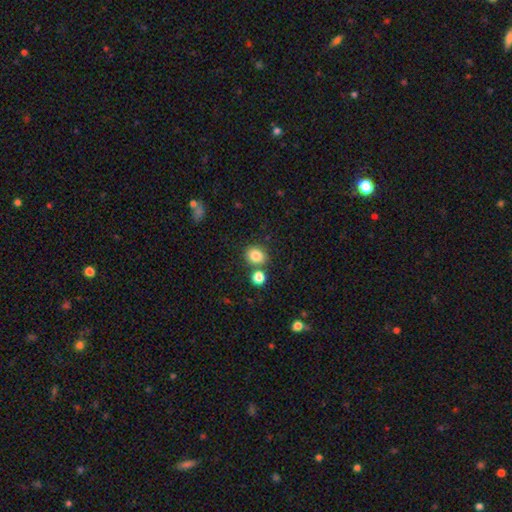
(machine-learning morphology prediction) smooth-or-featured: smooth: 83% | star or artifact: 11% | featured or disk: 6%
  how-rounded: round: 69% | in between: 30% | cigar-shaped: 1%
  merging: none: 70% | merger: 17% | minor disturbance: 9% | major disturbance: 3%